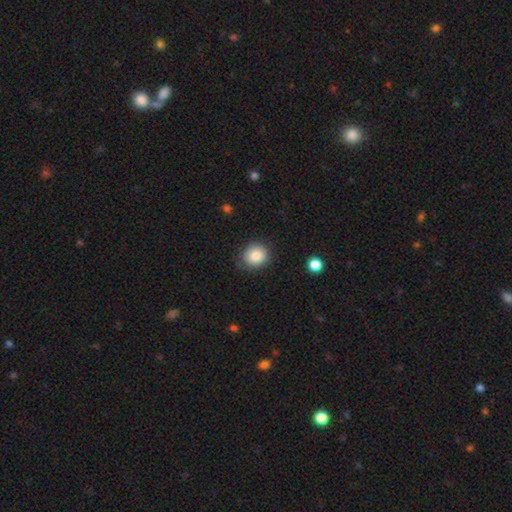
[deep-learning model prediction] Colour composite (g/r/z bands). It shows a smooth galaxy with no disk features (84%) that is round (83%). Merging: none (79%).